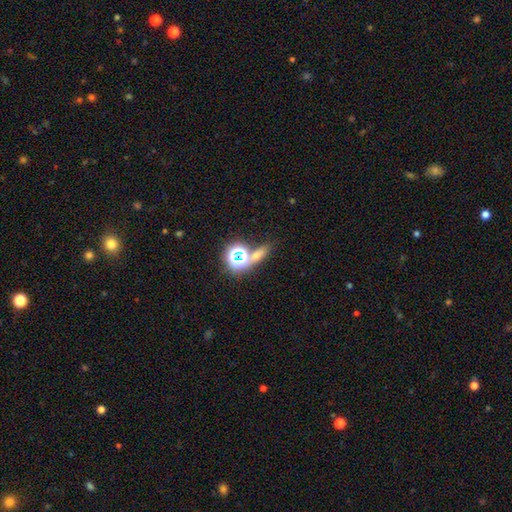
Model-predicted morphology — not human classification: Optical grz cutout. It shows a smooth galaxy with no disk features (43%). Merging: none (63%).